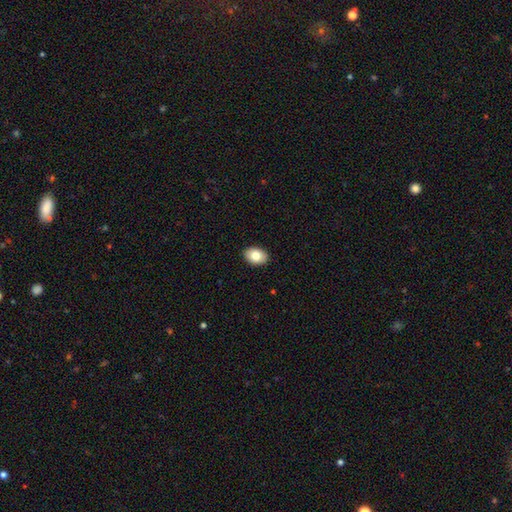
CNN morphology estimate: type=smooth (81%); roundness=in between (83%); merging=none (90%).